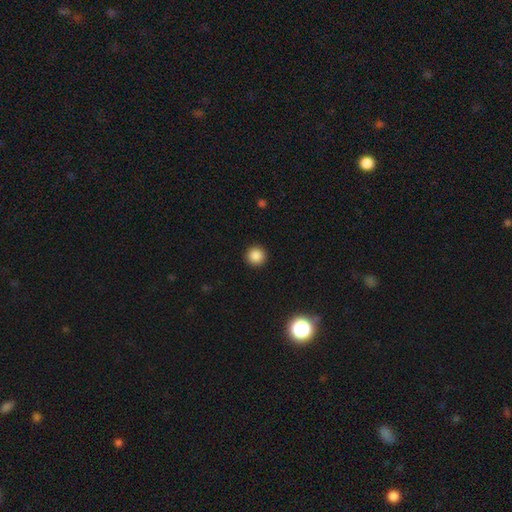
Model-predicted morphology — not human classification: Q: Smooth or featured?
A: smooth (86%); runner-up: star or artifact (10%)
Q: How rounded?
A: round (96%); runner-up: in between (3%)
Q: Merging?
A: none (93%); runner-up: minor disturbance (5%)